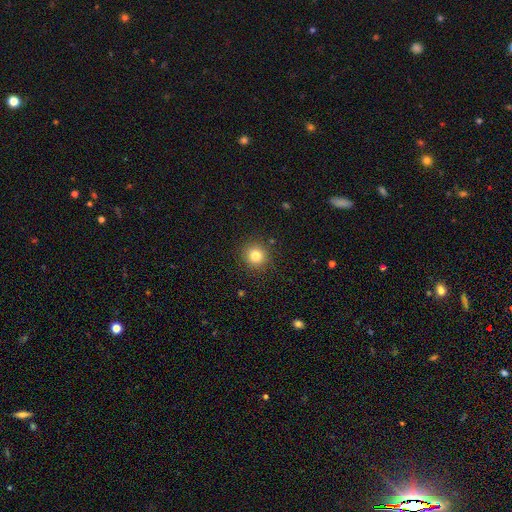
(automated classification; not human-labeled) Smooth or featured? Predicted: smooth (p=0.80). How rounded? Predicted: round (p=0.94). Merging? Predicted: none (p=0.90).